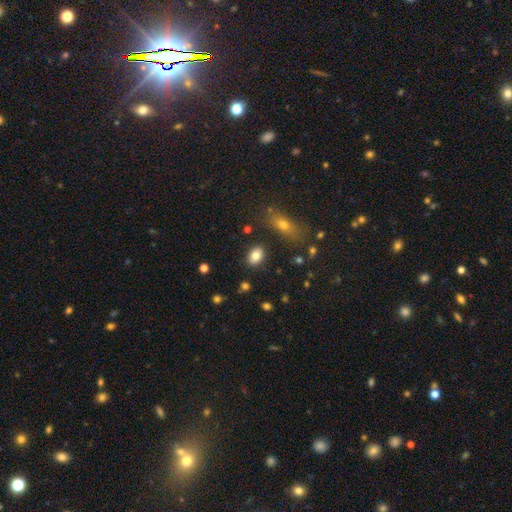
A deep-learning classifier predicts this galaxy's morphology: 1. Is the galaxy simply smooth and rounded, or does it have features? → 82% smooth, 10% featured or disk, 9% star or artifact.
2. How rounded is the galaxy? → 77% in between, 22% round, 2% cigar-shaped.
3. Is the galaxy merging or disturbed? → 85% none, 9% minor disturbance, 3% merger, 3% major disturbance.